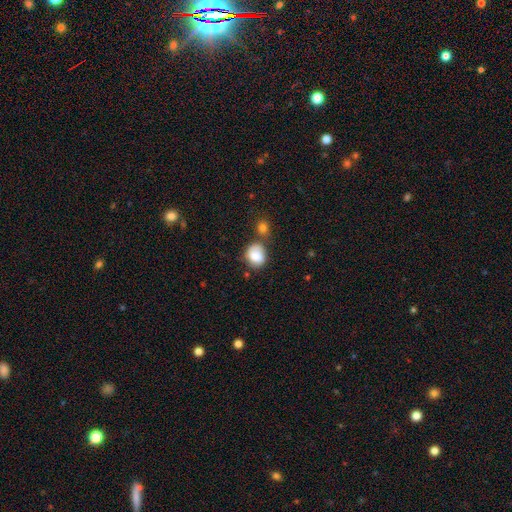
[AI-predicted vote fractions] Overall: smooth (74%). How rounded: round (61%; in between 38%). Merging: none (46%; minor disturbance 24%).